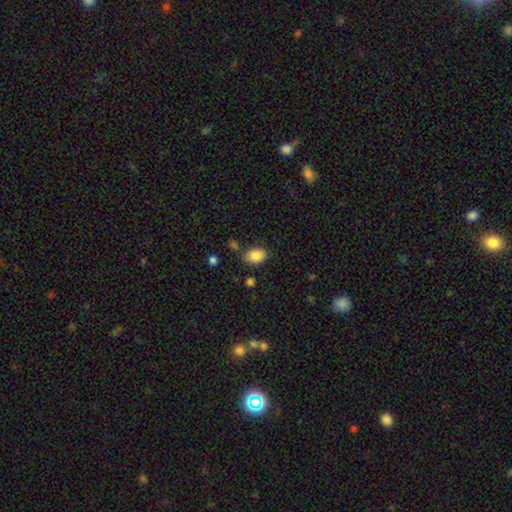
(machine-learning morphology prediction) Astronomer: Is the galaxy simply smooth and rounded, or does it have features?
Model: smooth — 86%.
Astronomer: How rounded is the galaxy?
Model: in between — 79%.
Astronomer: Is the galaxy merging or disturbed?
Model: none — 78%.